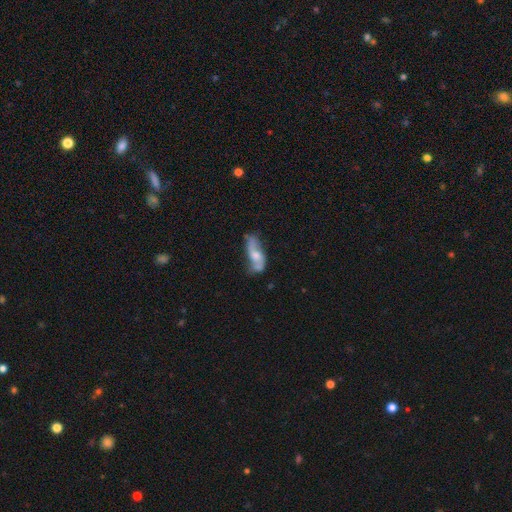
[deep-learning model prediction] This appears to be a featured or disk galaxy (57%). Merging: none (47%).